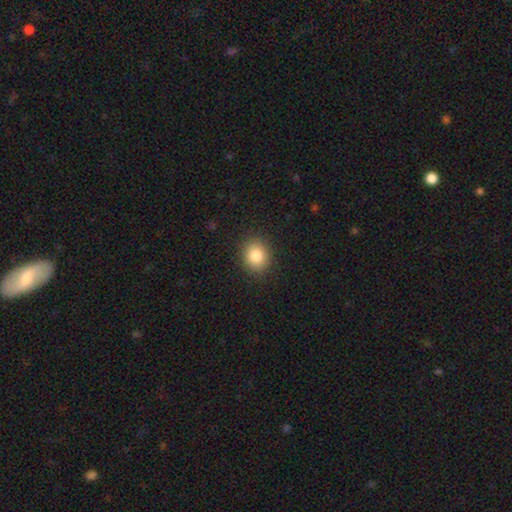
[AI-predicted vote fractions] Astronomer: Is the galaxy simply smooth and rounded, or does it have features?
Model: smooth — 84%.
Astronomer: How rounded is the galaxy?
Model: round — 70%.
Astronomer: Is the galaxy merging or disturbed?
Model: none — 89%.